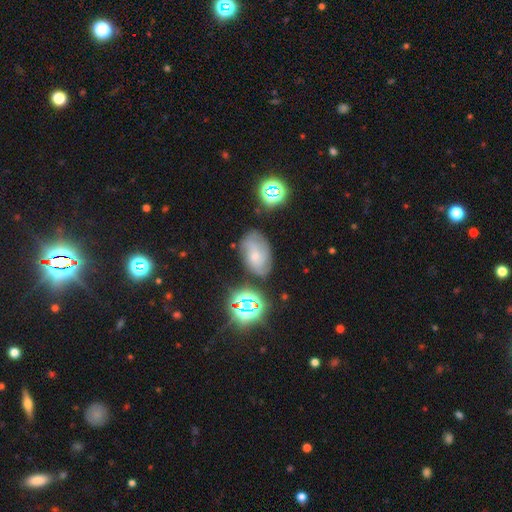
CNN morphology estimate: smooth-or-featured: featured or disk: 53% | smooth: 29% | star or artifact: 18%
  disk-edge-on: no: 95% | yes: 5%
    bar: no: 65% | weak: 29% | strong: 6%
    has-spiral-arms: yes: 86% | no: 14%
    bulge-size: small: 61% | moderate: 29% | none: 7% | large: 3% | dominant: 1%
  merging: none: 65% | minor disturbance: 21% | major disturbance: 8% | merger: 5%